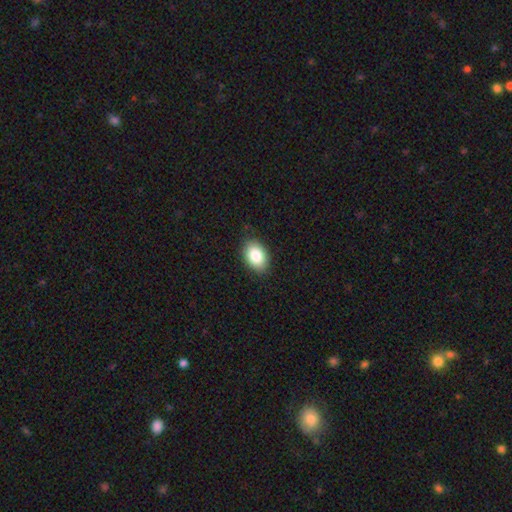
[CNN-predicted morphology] Overall: smooth (86%). How rounded: in between (86%). Merging: none (86%).